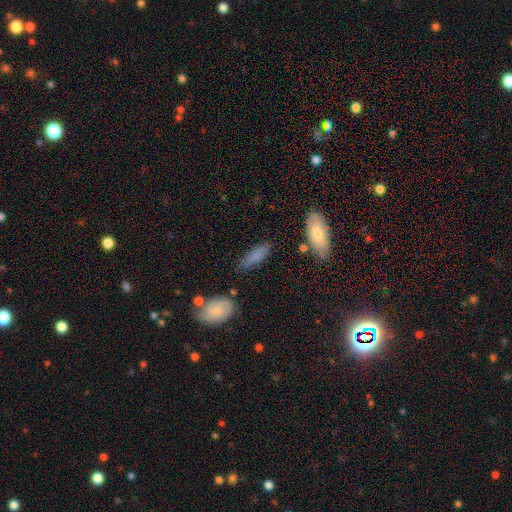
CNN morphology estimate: Smooth or featured?
  - smooth: 76% *
  - featured or disk: 16%
  - star or artifact: 8%
How rounded?
  - cigar-shaped: 55% *
  - in between: 43%
  - round: 3%
Merging?
  - none: 74% *
  - minor disturbance: 17%
  - merger: 5%
  - major disturbance: 4%